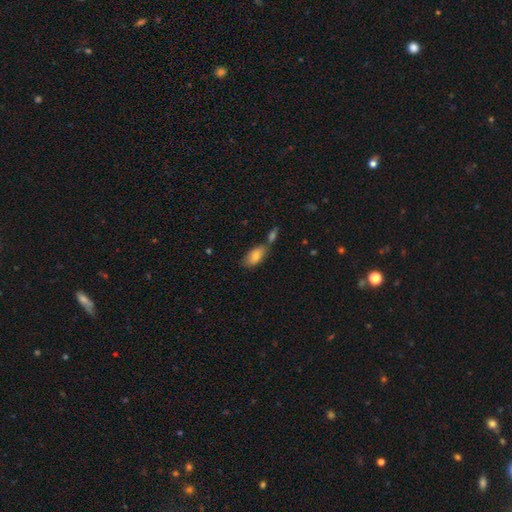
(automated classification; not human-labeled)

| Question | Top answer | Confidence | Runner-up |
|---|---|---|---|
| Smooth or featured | smooth | 81% | featured or disk (12%) |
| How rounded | in between | 91% | cigar-shaped (6%) |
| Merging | none | 51% | merger (30%) |